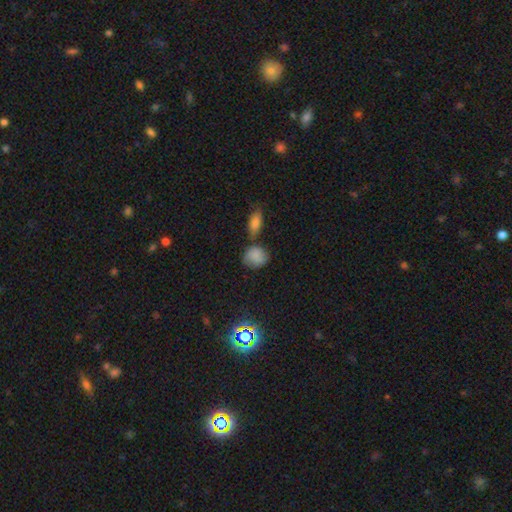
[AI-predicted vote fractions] Smooth or featured: smooth — 75% (featured or disk — 13%)
How rounded: round — 62% (in between — 36%)
Merging: none — 56% (minor disturbance — 21%)